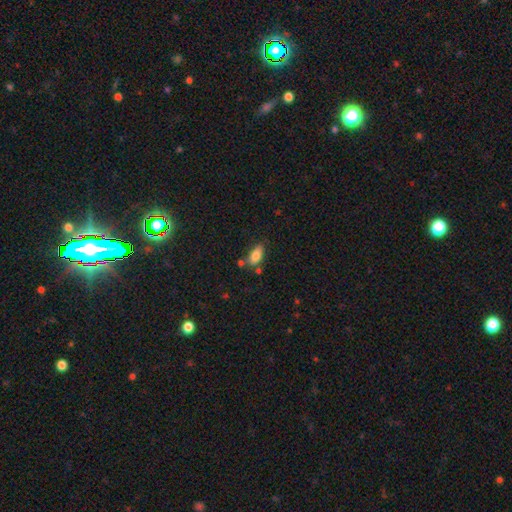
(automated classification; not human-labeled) Q: Smooth or featured?
A: smooth (81%); runner-up: featured or disk (11%)
Q: How rounded?
A: in between (86%); runner-up: cigar-shaped (10%)
Q: Merging?
A: none (61%); runner-up: minor disturbance (21%)